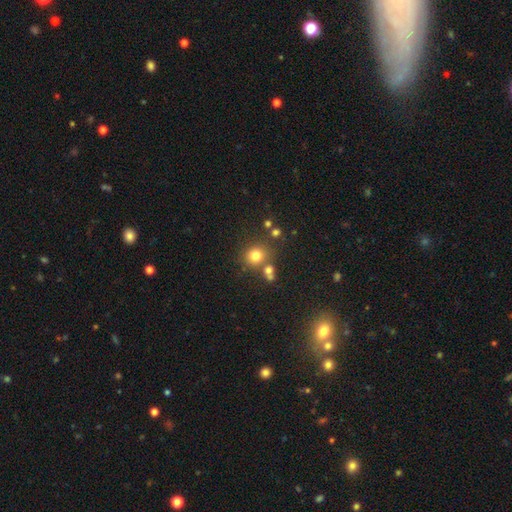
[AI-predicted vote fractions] Overall: smooth (76%). How rounded: round (83%). Merging: none (67%).